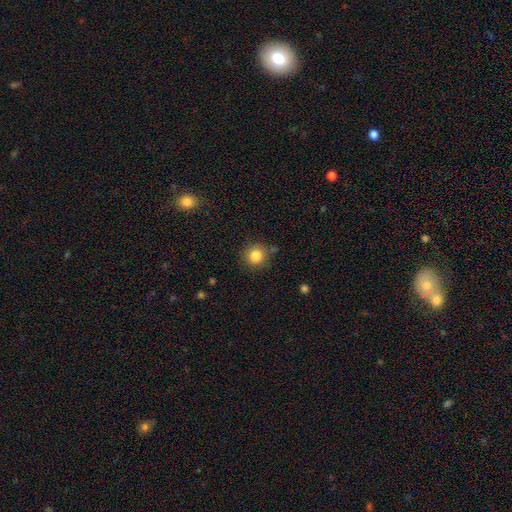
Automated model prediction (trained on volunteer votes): The model was most divided on "merging": none: 81%, minor disturbance: 12%, merger: 4%, major disturbance: 3%. More confident: how rounded — round (92%); smooth or featured — smooth (84%).